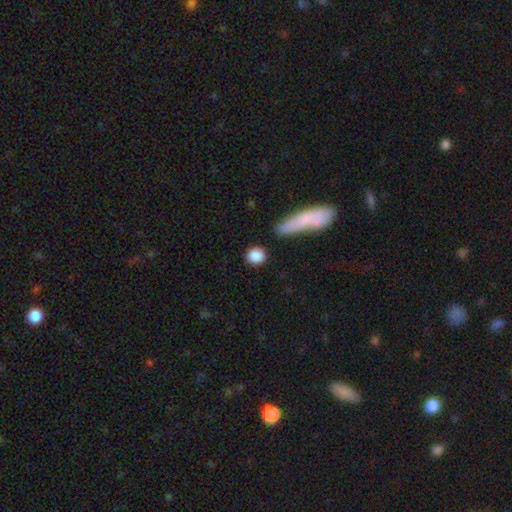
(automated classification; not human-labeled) smooth_or_featured: smooth (p=0.87) [alt: star or artifact p=0.08]
how_rounded: round (p=0.84) [alt: in between p=0.13]
merging: none (p=0.83) [alt: minor disturbance p=0.09]